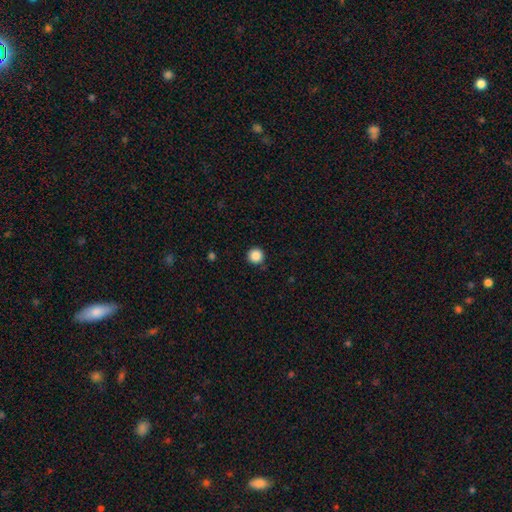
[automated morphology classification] A smooth galaxy with no disk features (87%) that is round (96%). Merging: none (91%).